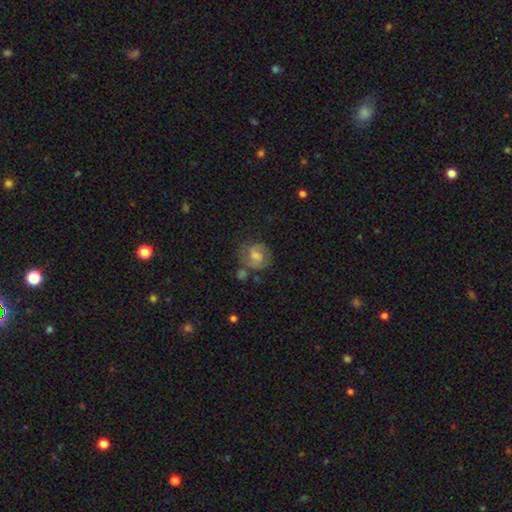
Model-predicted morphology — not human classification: A featured or disk galaxy (53%) with a weak bar (45%), spiral arms (80%) and a moderate central bulge (57%). Merging: none (67%).